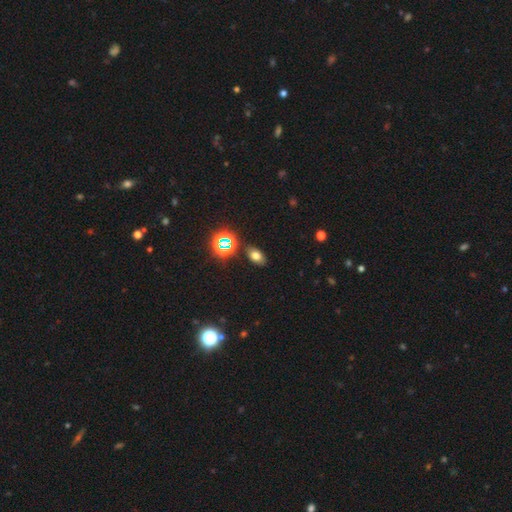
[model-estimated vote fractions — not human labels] This is likely a smooth galaxy (66%). How rounded: clearly in between (83%). Merging: clearly none (84%).